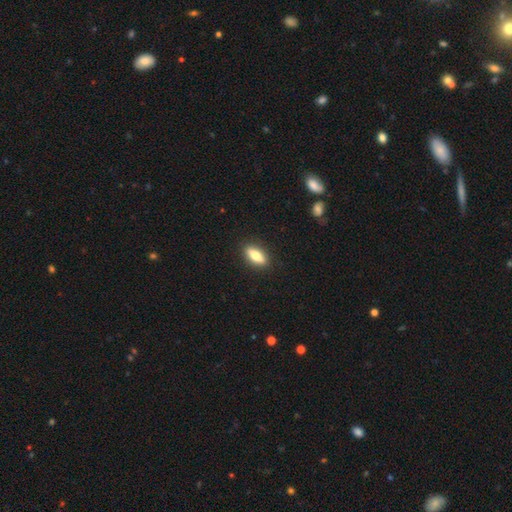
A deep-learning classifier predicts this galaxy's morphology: Overall: smooth (68%). How rounded: in between (71%). Merging: none (89%).